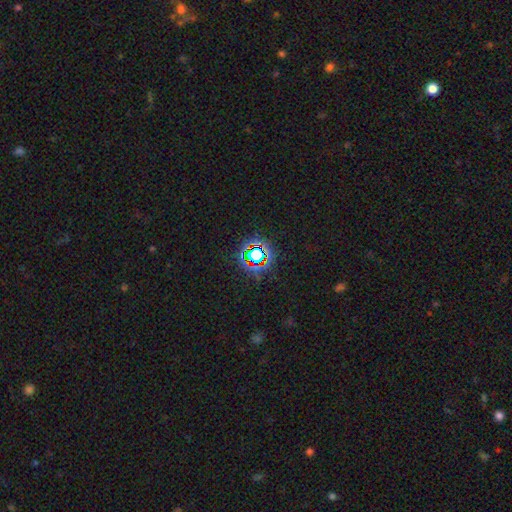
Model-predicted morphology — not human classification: Smooth or featured? Predicted: star or artifact (p=0.72).